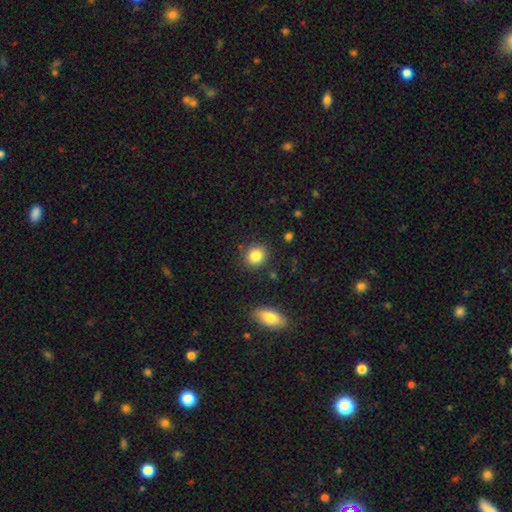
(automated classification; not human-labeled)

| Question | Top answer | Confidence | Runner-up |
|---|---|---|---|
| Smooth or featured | smooth | 84% | star or artifact (9%) |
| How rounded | round | 82% | in between (17%) |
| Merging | none | 87% | minor disturbance (8%) |